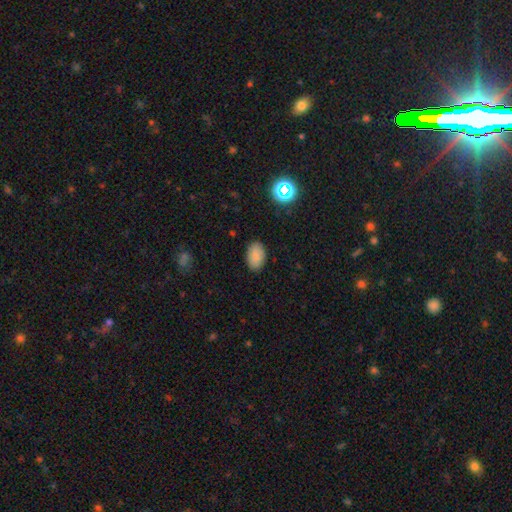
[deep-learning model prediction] Smooth or featured: smooth — 84% (star or artifact — 10%)
How rounded: in between — 90% (round — 9%)
Merging: none — 87% (minor disturbance — 10%)